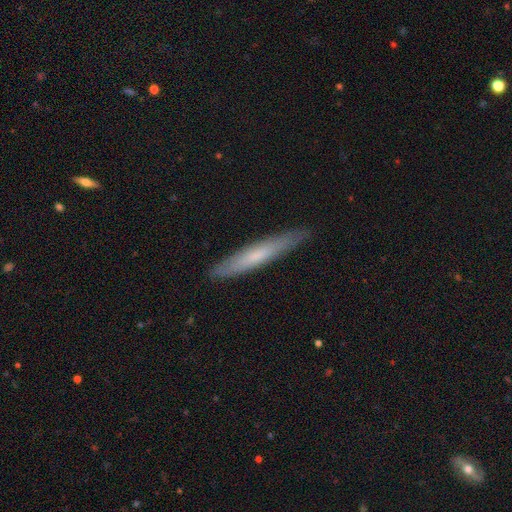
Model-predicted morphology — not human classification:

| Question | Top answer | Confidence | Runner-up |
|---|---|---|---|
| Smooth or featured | smooth | 57% | featured or disk (37%) |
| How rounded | cigar-shaped | 93% | in between (5%) |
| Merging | none | 88% | minor disturbance (9%) |